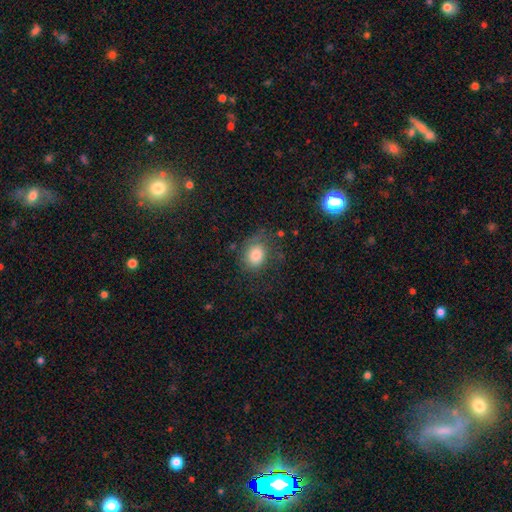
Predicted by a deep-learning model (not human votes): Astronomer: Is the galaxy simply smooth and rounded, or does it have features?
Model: smooth — 78%.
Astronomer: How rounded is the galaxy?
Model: in between — 51% (runner-up: round, 48%).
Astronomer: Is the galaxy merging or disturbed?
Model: none — 57%.